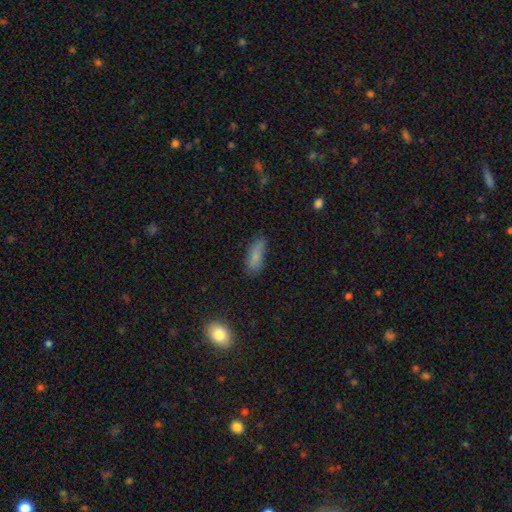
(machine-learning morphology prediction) Smooth or featured? smooth (81%)
How rounded? in between (70%)
Merging? none (67%)